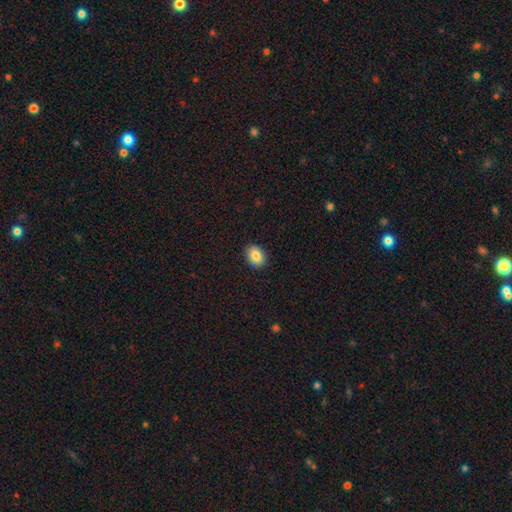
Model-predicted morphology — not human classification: smooth_or_featured: smooth (p=0.86) [alt: star or artifact p=0.08]
how_rounded: in between (p=0.73) [alt: round p=0.26]
merging: none (p=0.90) [alt: minor disturbance p=0.07]